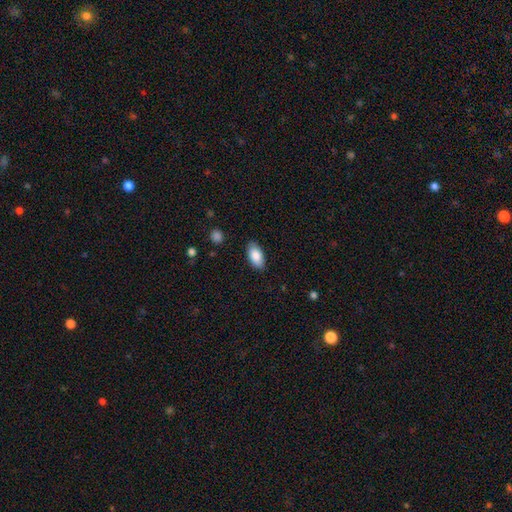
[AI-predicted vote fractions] This appears to be a smooth galaxy with no disk features (85%) that is in between round and cigar-shaped (92%). Merging: none (86%).